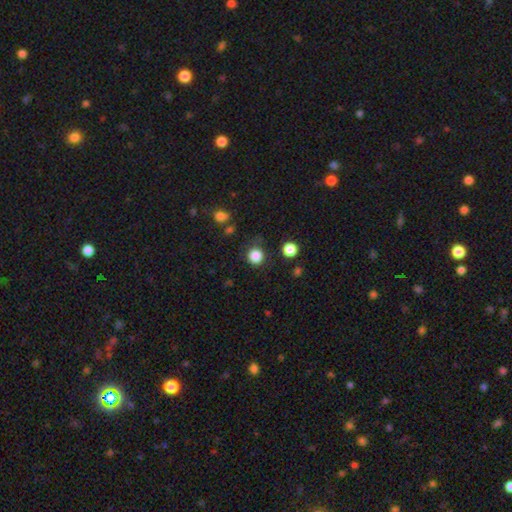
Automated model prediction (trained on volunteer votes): smooth-or-featured: smooth: 85% | star or artifact: 12% | featured or disk: 4%
  how-rounded: round: 92% | in between: 7% | cigar-shaped: 1%
  merging: none: 83% | minor disturbance: 11% | major disturbance: 4% | merger: 3%